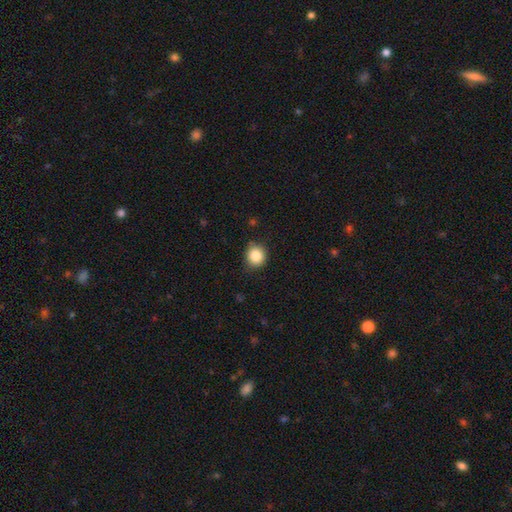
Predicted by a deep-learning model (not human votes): This appears to be a smooth galaxy with no disk features (86%) that is round (86%). Merging: none (85%).